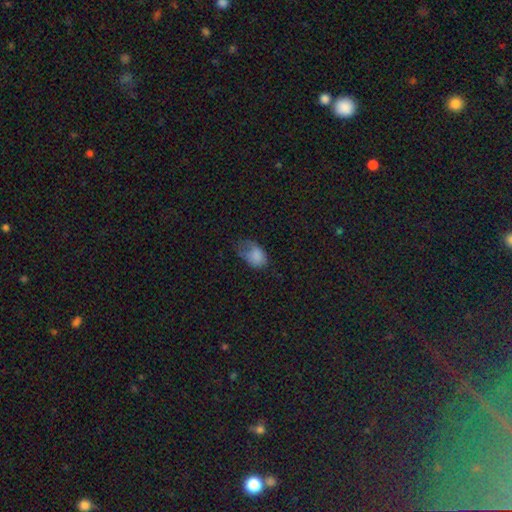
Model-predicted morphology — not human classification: Smooth or featured? Predicted: smooth (p=0.76). How rounded? Predicted: in between (p=0.84). Merging? Predicted: minor disturbance (p=0.36).